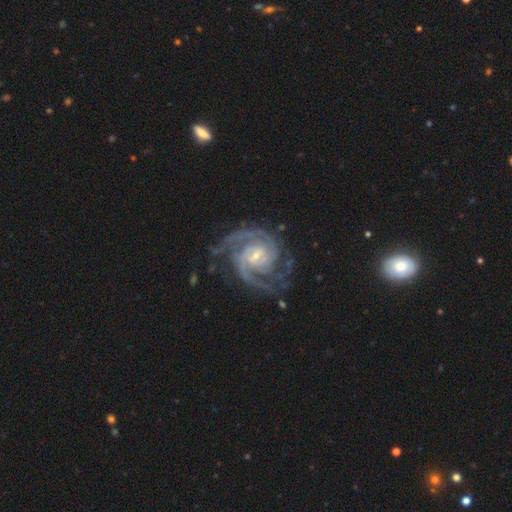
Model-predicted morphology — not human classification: The model was most divided on "bar": weak: 44%, no: 40%, strong: 16%. More confident: spiral arms — yes (99%); edge-on disk — no (98%); smooth or featured — featured or disk (93%); merging — none (71%); bulge size — small (69%); spiral winding — tight (58%); spiral arm count — 2 (54%).